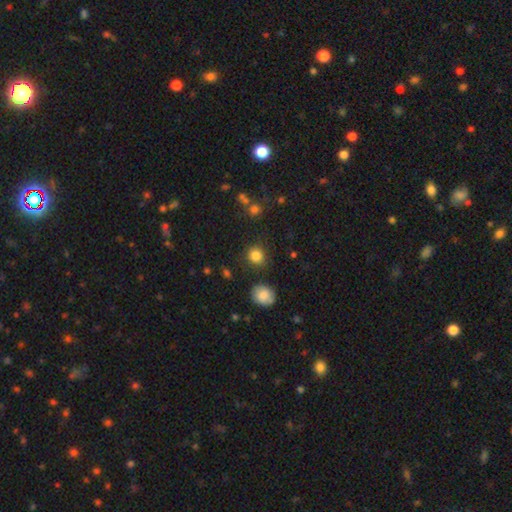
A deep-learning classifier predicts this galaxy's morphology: Overall: smooth (84%). How rounded: round (87%). Merging: none (86%).